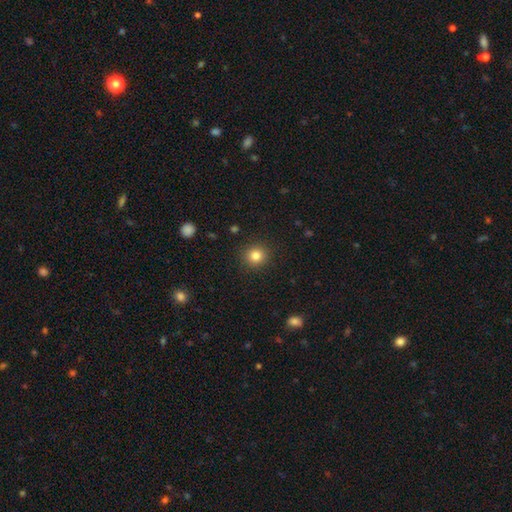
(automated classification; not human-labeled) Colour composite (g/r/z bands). It shows a smooth galaxy with no disk features (82%) that is round (91%). Merging: none (91%).